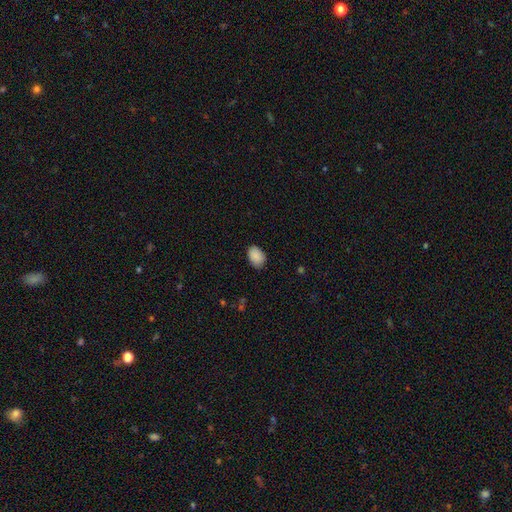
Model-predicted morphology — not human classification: Smooth or featured? Predicted: smooth (p=0.89). How rounded? Predicted: in between (p=0.81). Merging? Predicted: none (p=0.82).